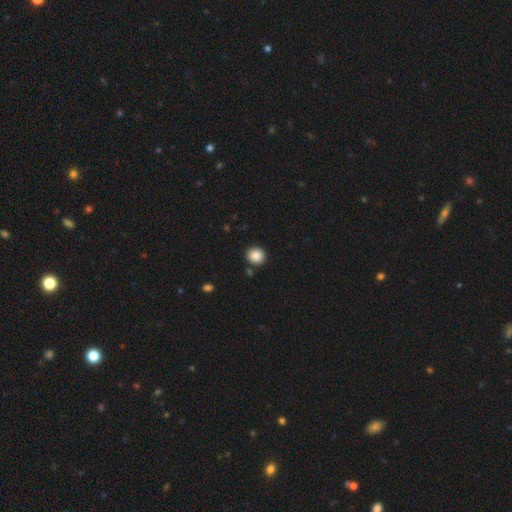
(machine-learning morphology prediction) The model was most divided on "how rounded": round: 86%, in between: 13%, cigar-shaped: 1%. More confident: smooth or featured — smooth (88%); merging — none (87%).